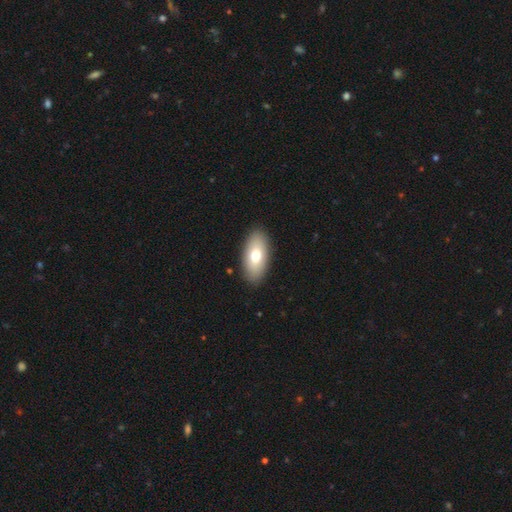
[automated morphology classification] Smooth or featured: smooth — 71% (featured or disk — 22%)
How rounded: in between — 92% (cigar-shaped — 5%)
Merging: none — 89% (minor disturbance — 8%)